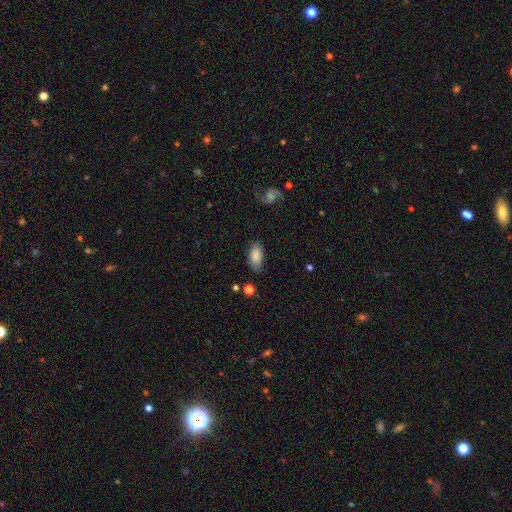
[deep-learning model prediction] This is clearly a smooth galaxy (86%). How rounded: clearly in between (93%). Merging: likely none (78%).